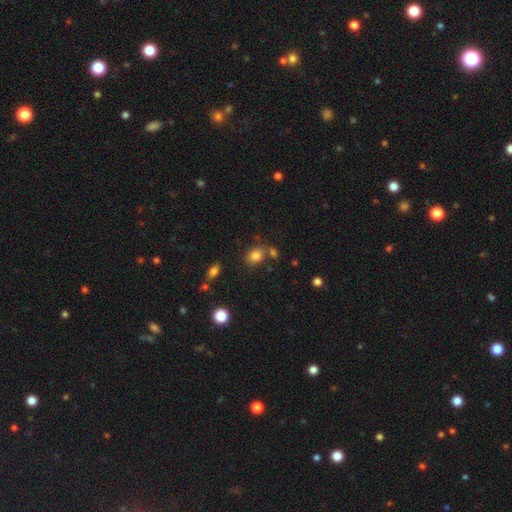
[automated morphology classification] A smooth galaxy with no disk features (81%) that is in between round and cigar-shaped (58%). Merging: none (68%).